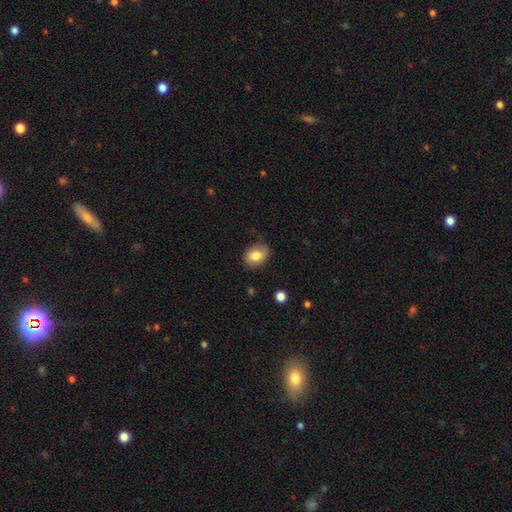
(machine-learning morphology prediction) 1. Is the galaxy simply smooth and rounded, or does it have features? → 79% smooth, 13% featured or disk, 8% star or artifact.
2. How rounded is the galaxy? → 70% in between, 29% round, 1% cigar-shaped.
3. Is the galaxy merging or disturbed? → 71% none, 22% minor disturbance, 6% major disturbance, 1% merger.